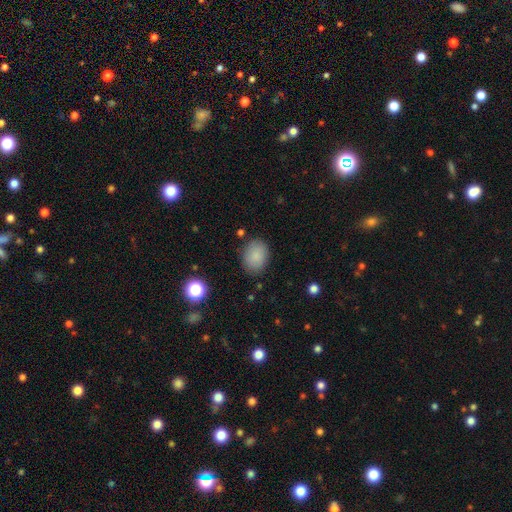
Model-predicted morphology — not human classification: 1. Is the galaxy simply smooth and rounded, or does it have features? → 87% smooth, 8% star or artifact, 5% featured or disk.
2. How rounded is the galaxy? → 62% in between, 37% round, 1% cigar-shaped.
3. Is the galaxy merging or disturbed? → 83% none, 12% minor disturbance, 3% major disturbance, 2% merger.